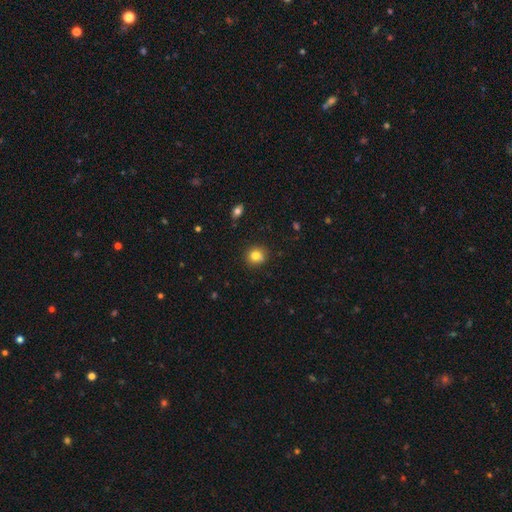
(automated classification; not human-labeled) smooth 81%, star or artifact 11%, featured or disk 7%. Down the decision tree: how rounded — round (85%); merging — none (87%).